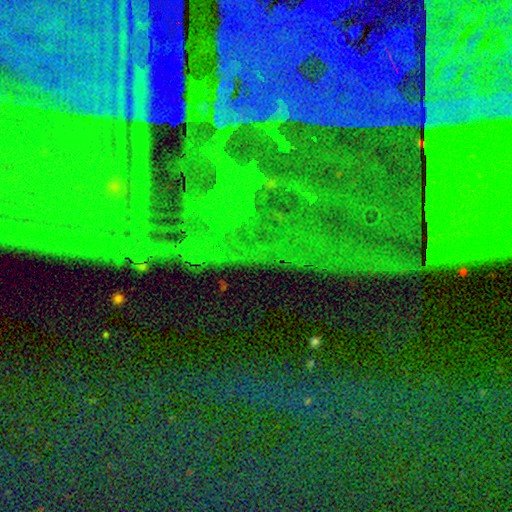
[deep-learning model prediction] This appears to be a star or artifact, not a galaxy (77%).